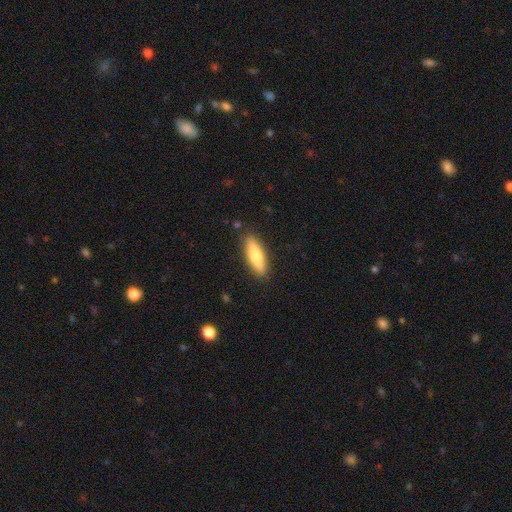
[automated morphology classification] This appears to be a smooth galaxy with no disk features (72%) that is cigar-shaped (65%). Merging: none (87%).